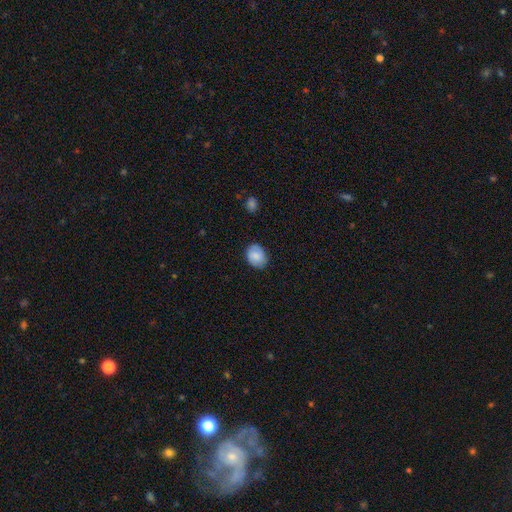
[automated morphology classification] A smooth galaxy with no disk features (79%) that is in between round and cigar-shaped (54%).

Vote fractions:
- Smooth or featured? smooth: 79% / featured or disk: 13% / star or artifact: 8%
- How rounded? in between: 54% / round: 45% / cigar-shaped: 1%
- Merging? none: 80% / minor disturbance: 16% / major disturbance: 3% / merger: 1%